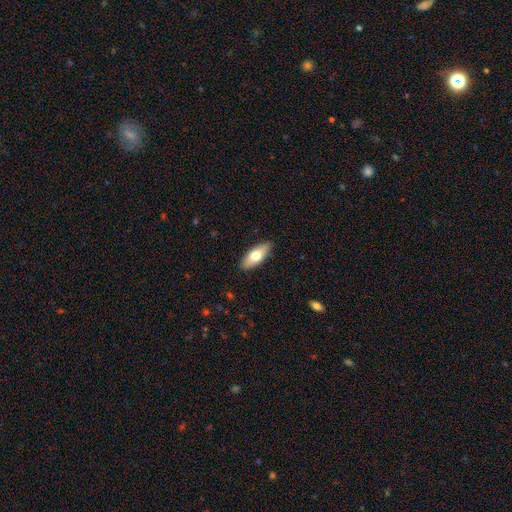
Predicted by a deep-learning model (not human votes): A smooth galaxy with no disk features (73%) that is in between round and cigar-shaped (77%). Merging: none (89%).